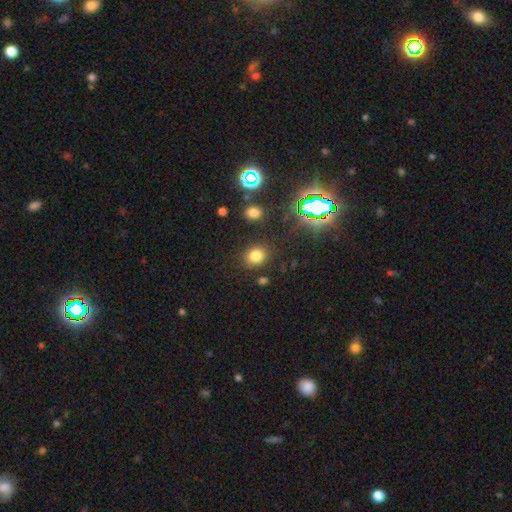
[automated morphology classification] This is likely a smooth galaxy (77%). How rounded: likely round (67%). Merging: clearly none (84%).